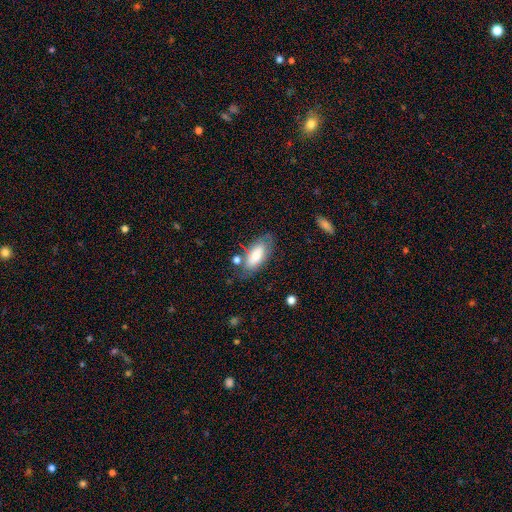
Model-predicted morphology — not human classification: Smooth or featured: smooth — 75% (featured or disk — 18%)
How rounded: in between — 86% (cigar-shaped — 11%)
Merging: none — 61% (minor disturbance — 22%)